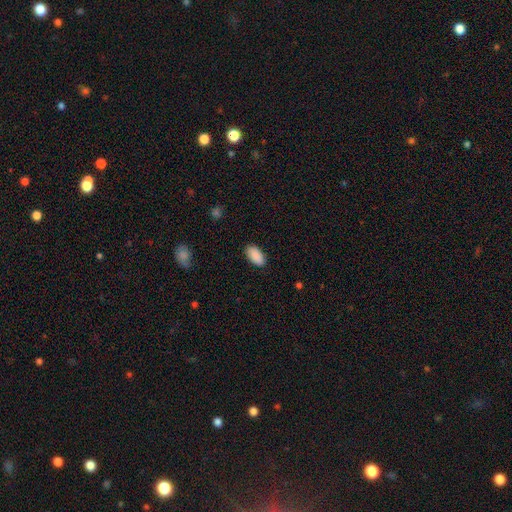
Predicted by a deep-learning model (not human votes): The model was most divided on "merging": none: 87%, minor disturbance: 10%, major disturbance: 2%, merger: 1%. More confident: how rounded — in between (94%); smooth or featured — smooth (90%).